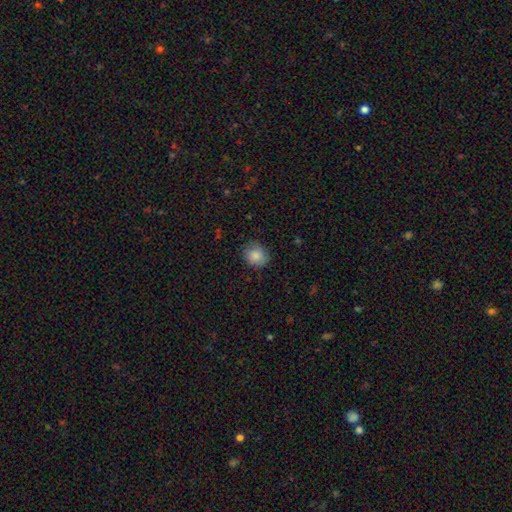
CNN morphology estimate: Smooth or featured? Predicted: smooth (p=0.83). How rounded? Predicted: round (p=0.73). Merging? Predicted: none (p=0.78).